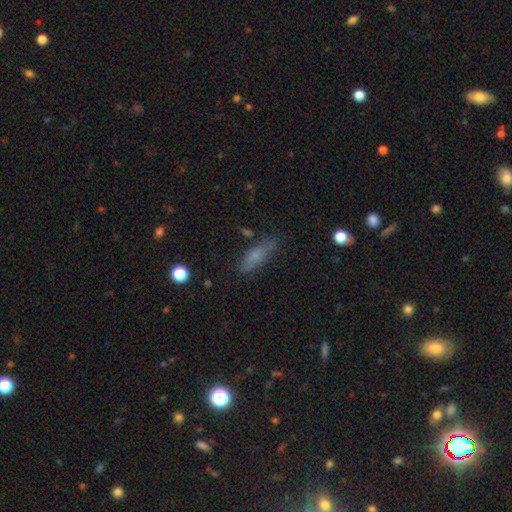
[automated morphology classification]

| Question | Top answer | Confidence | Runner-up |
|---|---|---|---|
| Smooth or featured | smooth | 65% | featured or disk (24%) |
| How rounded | cigar-shaped | 51% | in between (45%) |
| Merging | none | 75% | minor disturbance (18%) |